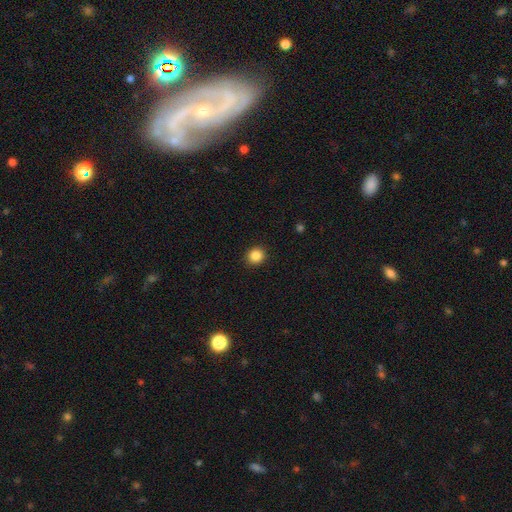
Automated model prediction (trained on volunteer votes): smooth 86%, star or artifact 10%, featured or disk 4%. Down the decision tree: how rounded — round (86%); merging — none (92%).